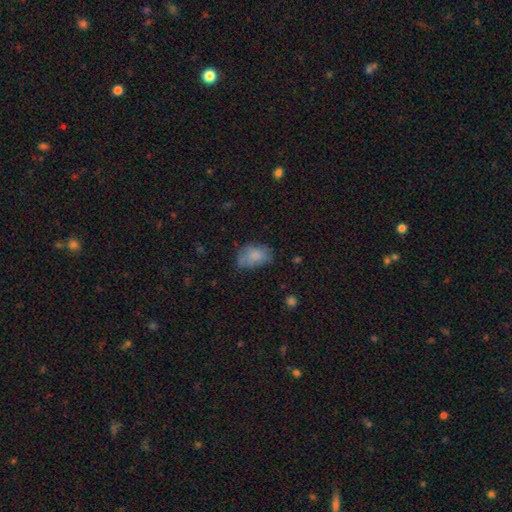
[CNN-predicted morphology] type=smooth (77%); roundness=in between (85%); merging=none (55%).